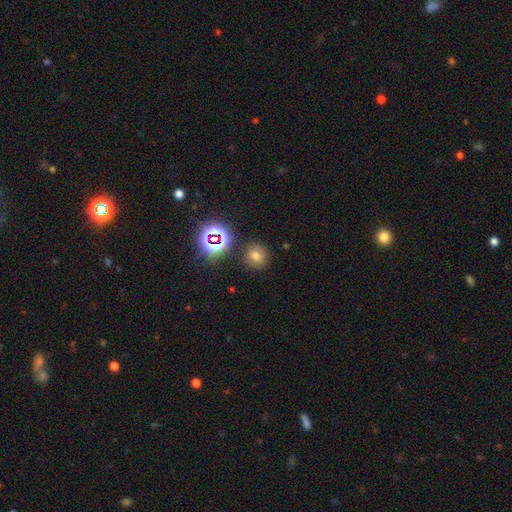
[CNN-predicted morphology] A smooth galaxy with no disk features (67%) that is round (88%). Merging: none (84%).